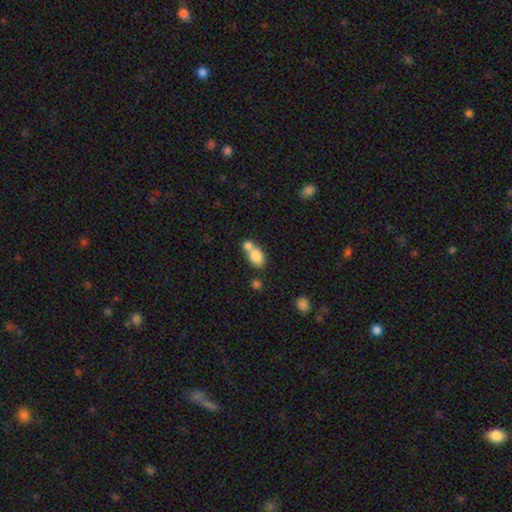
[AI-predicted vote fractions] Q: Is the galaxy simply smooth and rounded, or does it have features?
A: smooth — 79%.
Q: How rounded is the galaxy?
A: in between — 74%.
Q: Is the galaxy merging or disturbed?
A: merger — 60%.